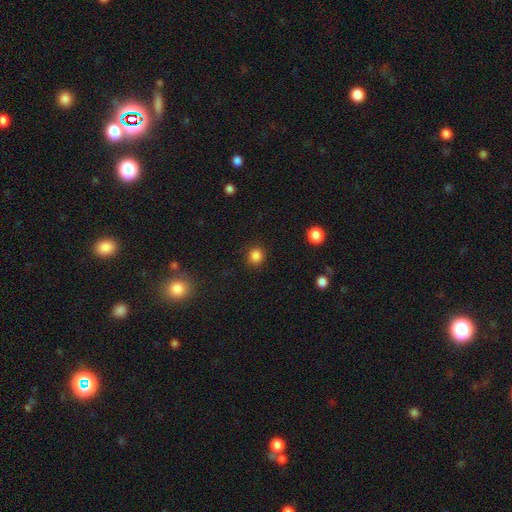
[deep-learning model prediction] This is clearly a smooth galaxy (85%). How rounded: clearly round (87%). Merging: clearly none (90%).